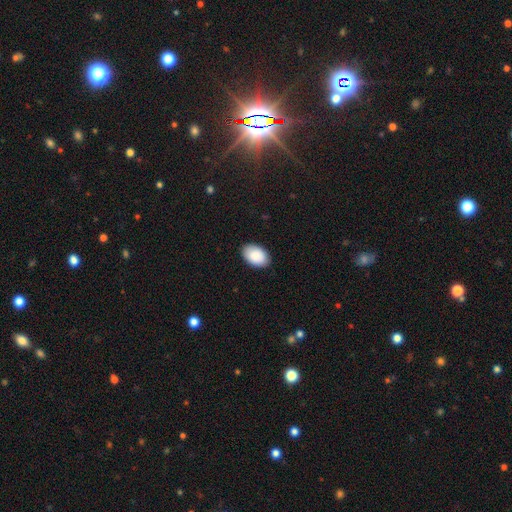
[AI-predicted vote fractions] smooth 91%, star or artifact 6%, featured or disk 4%. Down the decision tree: how rounded — in between (91%); merging — none (88%).